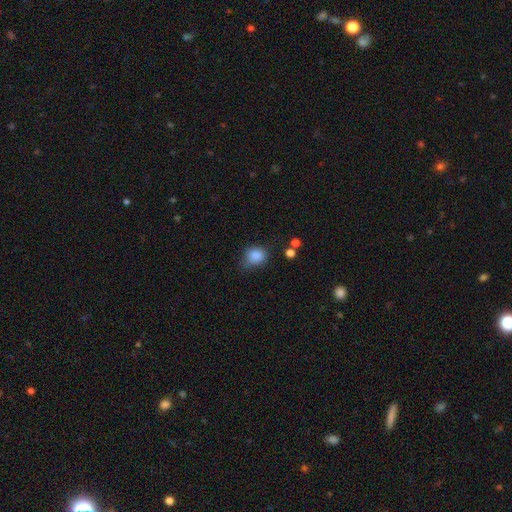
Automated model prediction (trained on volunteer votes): This is clearly a smooth galaxy (85%). How rounded: likely round (61%). Merging: possibly none (56%).